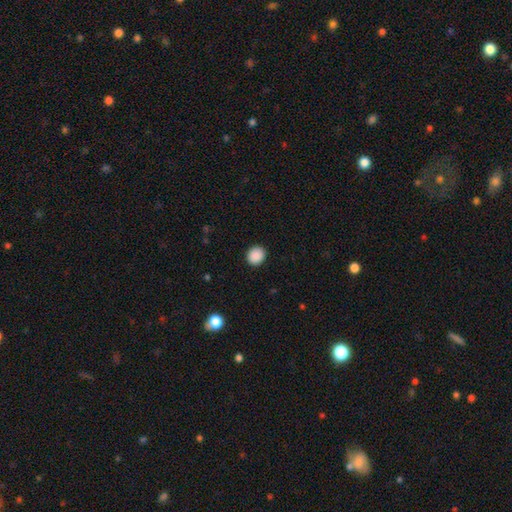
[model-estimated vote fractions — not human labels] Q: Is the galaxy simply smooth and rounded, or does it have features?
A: smooth — 89%.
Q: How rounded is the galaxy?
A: round — 78%.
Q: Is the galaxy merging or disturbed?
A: none — 91%.